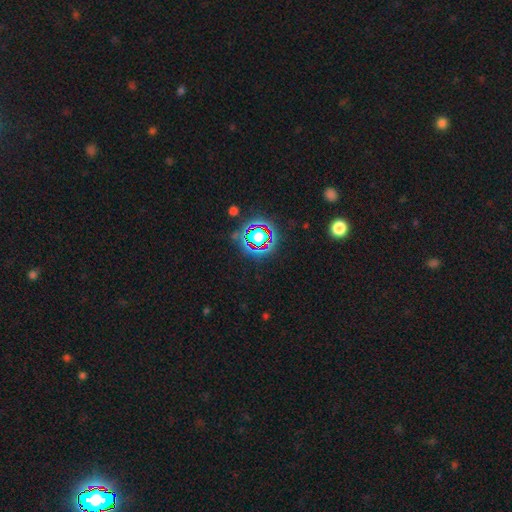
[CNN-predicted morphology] type=star or artifact (75%).